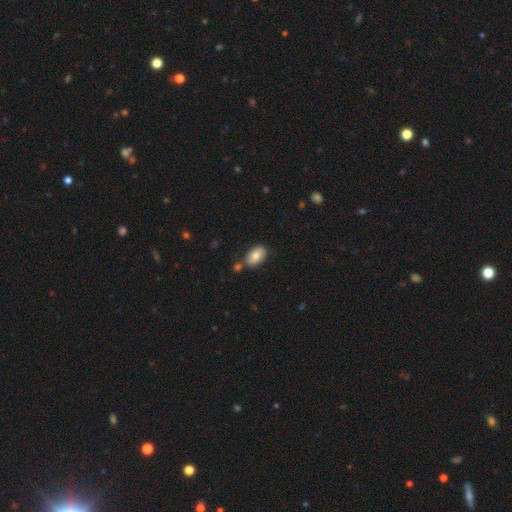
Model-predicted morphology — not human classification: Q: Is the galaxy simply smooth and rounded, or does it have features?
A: smooth — 80%.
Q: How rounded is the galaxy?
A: in between — 93%.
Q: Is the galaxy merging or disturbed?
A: none — 74%.